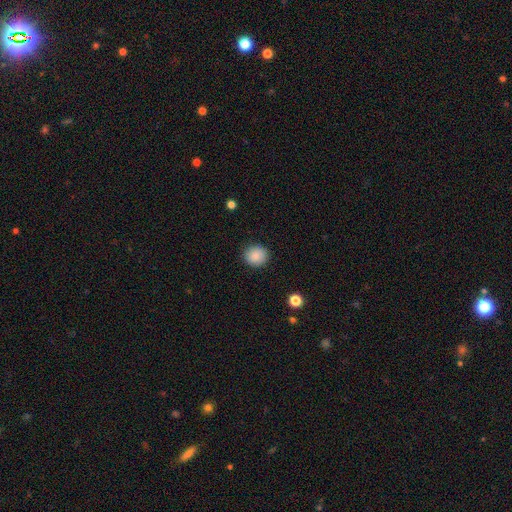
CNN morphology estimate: Smooth or featured?
  - smooth: 87% *
  - star or artifact: 8%
  - featured or disk: 4%
How rounded?
  - round: 85% *
  - in between: 14%
  - cigar-shaped: 1%
Merging?
  - none: 89% *
  - minor disturbance: 8%
  - major disturbance: 2%
  - merger: 1%